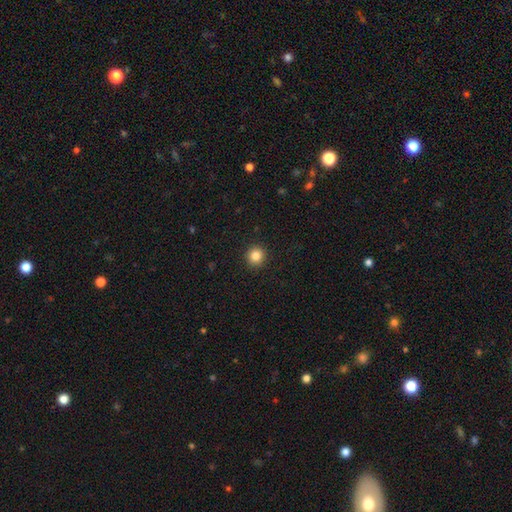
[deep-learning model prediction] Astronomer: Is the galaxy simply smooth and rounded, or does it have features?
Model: smooth — 84%.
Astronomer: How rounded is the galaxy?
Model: round — 94%.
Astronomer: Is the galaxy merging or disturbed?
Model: none — 93%.